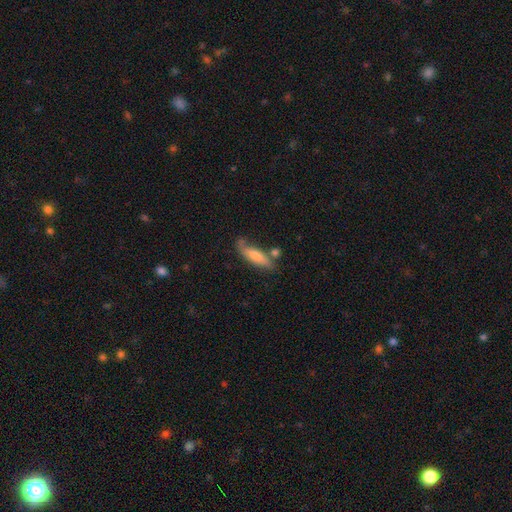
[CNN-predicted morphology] smooth 61%, featured or disk 33%, star or artifact 7%. Down the decision tree: how rounded — cigar-shaped (62%); merging — none (60%).